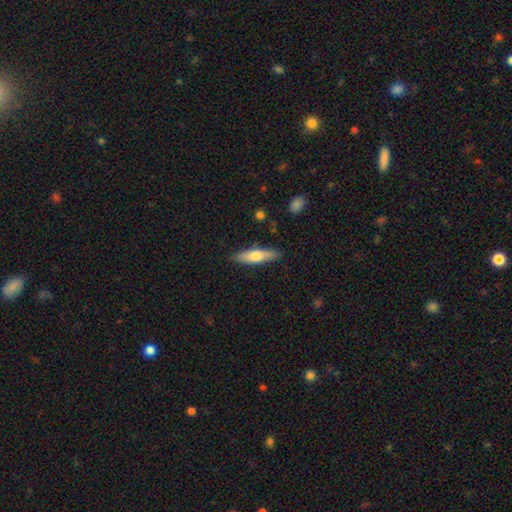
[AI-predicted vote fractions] Smooth or featured? smooth (61%)
How rounded? cigar-shaped (69%)
Merging? none (87%)